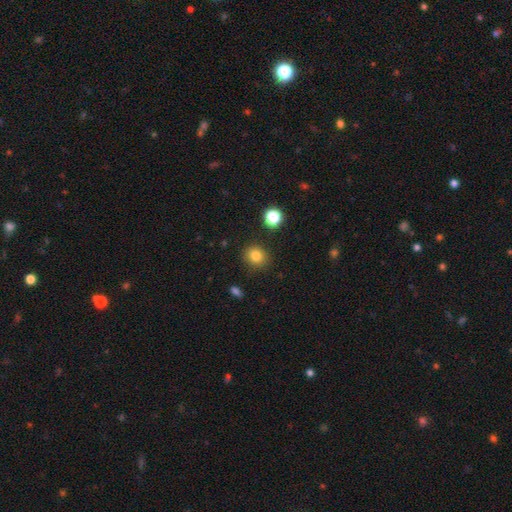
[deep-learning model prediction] smooth-or-featured: smooth: 81% | star or artifact: 13% | featured or disk: 6%
  how-rounded: round: 77% | in between: 22% | cigar-shaped: 1%
  merging: none: 88% | minor disturbance: 7% | major disturbance: 2% | merger: 2%